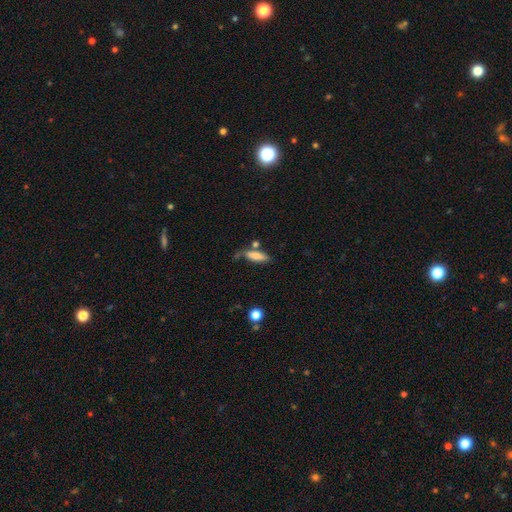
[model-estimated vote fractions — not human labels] A smooth galaxy with no disk features (74%) that is cigar-shaped (50%). Merging: none (53%).